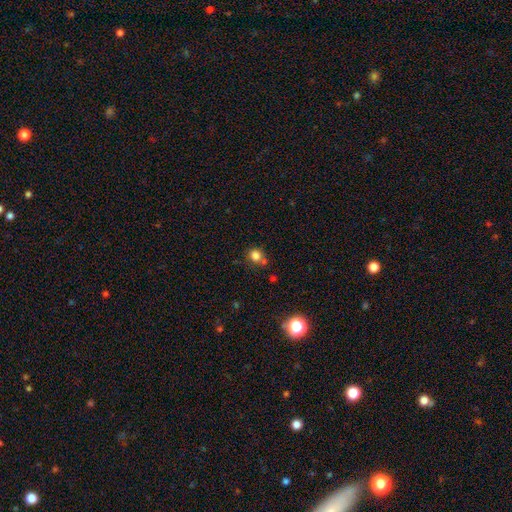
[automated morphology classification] This appears to be a smooth galaxy with no disk features (80%) that is round (82%). Merging: none (65%).